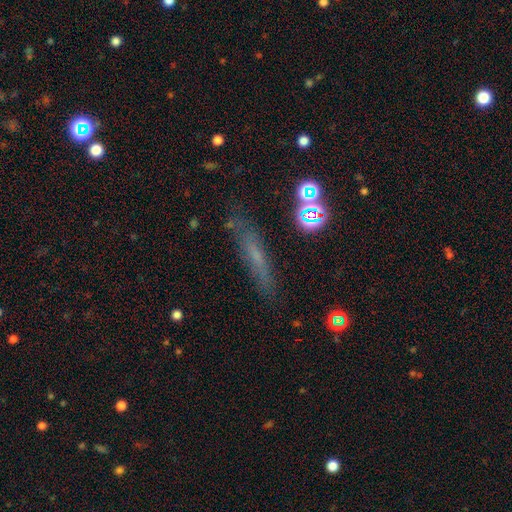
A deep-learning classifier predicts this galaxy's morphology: The model was most divided on "smooth or featured": smooth: 45%, featured or disk: 37%, star or artifact: 18%. More confident: merging — none (75%).